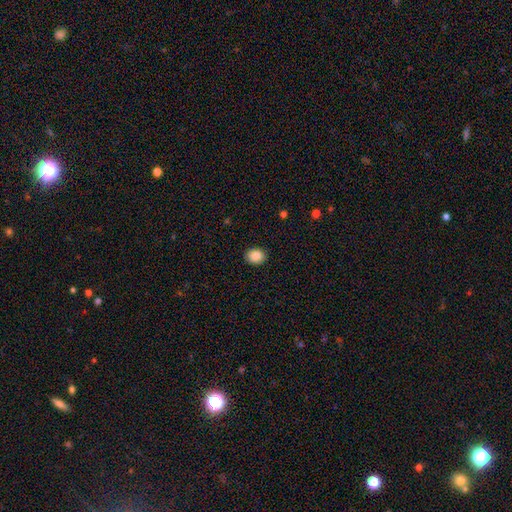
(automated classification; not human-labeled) Smooth or featured: smooth — 88% (star or artifact — 9%)
How rounded: round — 56% (in between — 43%)
Merging: none — 90% (minor disturbance — 7%)